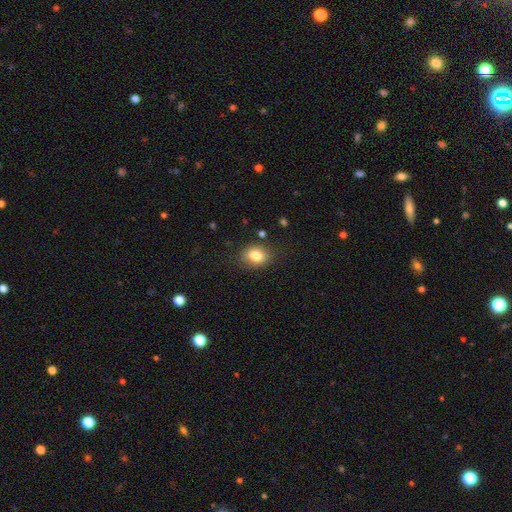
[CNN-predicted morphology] A smooth galaxy with no disk features (81%) that is in between round and cigar-shaped (58%). Merging: none (80%).